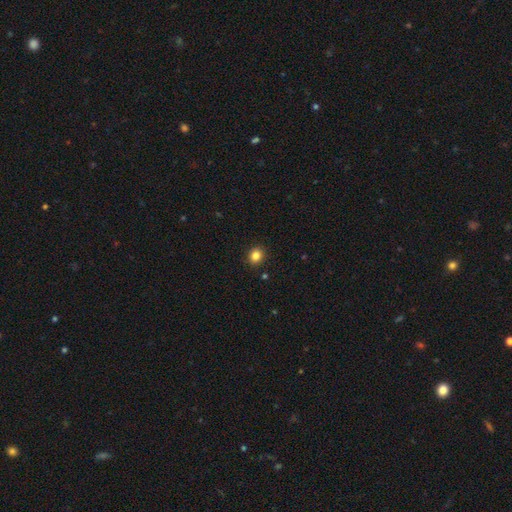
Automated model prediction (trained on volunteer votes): This appears to be a smooth galaxy with no disk features (84%) that is round (74%). Merging: none (91%).